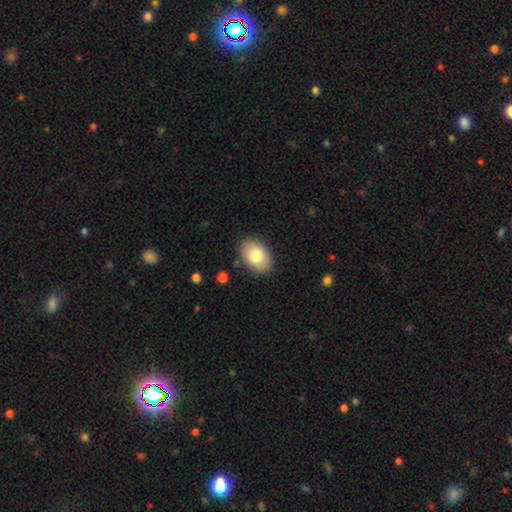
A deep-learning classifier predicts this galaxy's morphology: smooth_or_featured: smooth (p=0.81) [alt: featured or disk p=0.12]
how_rounded: in between (p=0.84) [alt: round p=0.15]
merging: none (p=0.86) [alt: minor disturbance p=0.10]